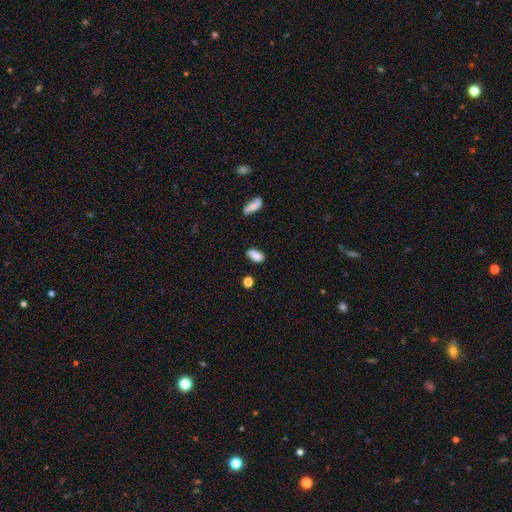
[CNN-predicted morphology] Smooth or featured: smooth — 79% (featured or disk — 11%)
How rounded: in between — 86% (cigar-shaped — 8%)
Merging: none — 54% (minor disturbance — 24%)